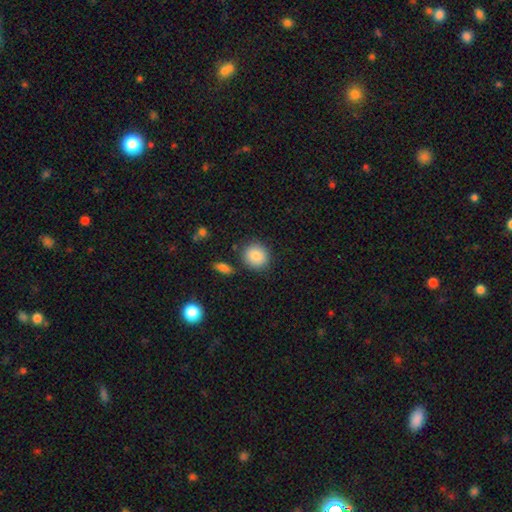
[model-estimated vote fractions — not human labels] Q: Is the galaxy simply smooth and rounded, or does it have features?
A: smooth — 87%.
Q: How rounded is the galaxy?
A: round — 87%.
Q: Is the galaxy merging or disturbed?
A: none — 84%.